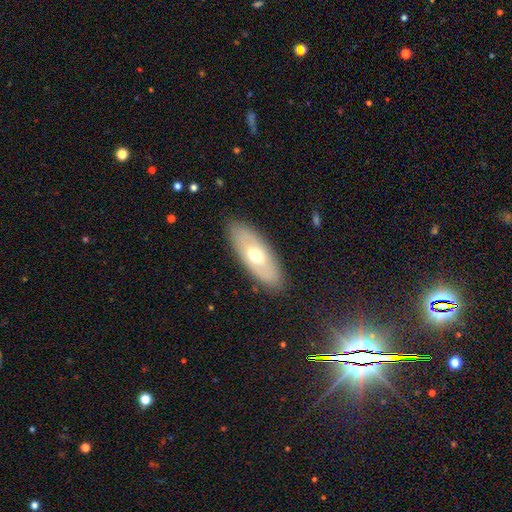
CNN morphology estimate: Smooth or featured: smooth — 54% (featured or disk — 40%)
How rounded: in between — 81% (cigar-shaped — 16%)
Merging: none — 86% (minor disturbance — 10%)